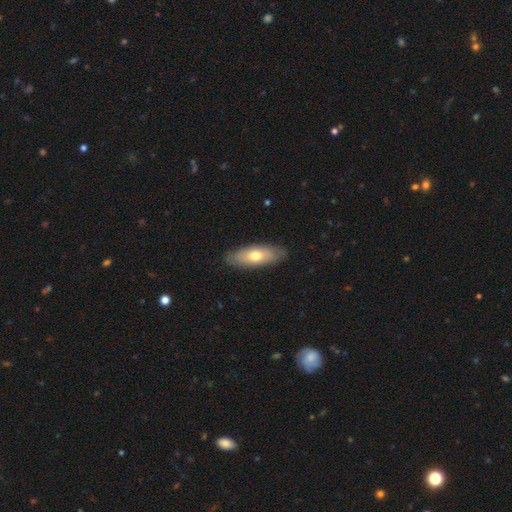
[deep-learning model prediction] The model was most divided on "smooth or featured": smooth: 65%, featured or disk: 30%, star or artifact: 6%. More confident: merging — none (85%); how rounded — in between (68%).